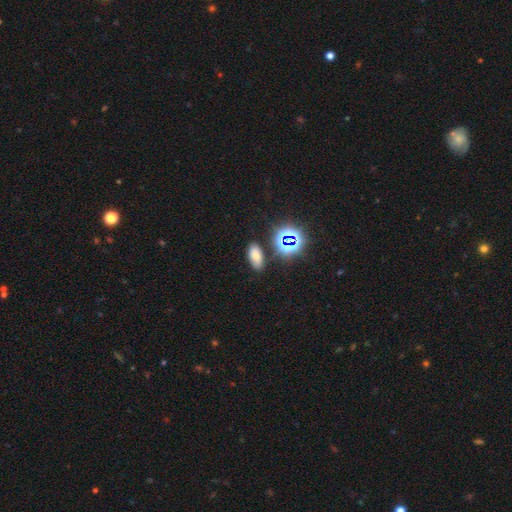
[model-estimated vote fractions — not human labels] A smooth galaxy with no disk features (62%) that is in between round and cigar-shaped (87%). Merging: none (82%).